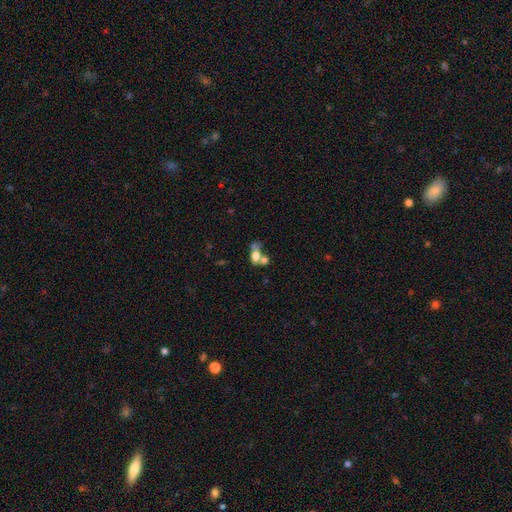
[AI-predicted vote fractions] This appears to be a smooth galaxy with no disk features (62%) that is in between round and cigar-shaped (74%). Merging: merger (53%).